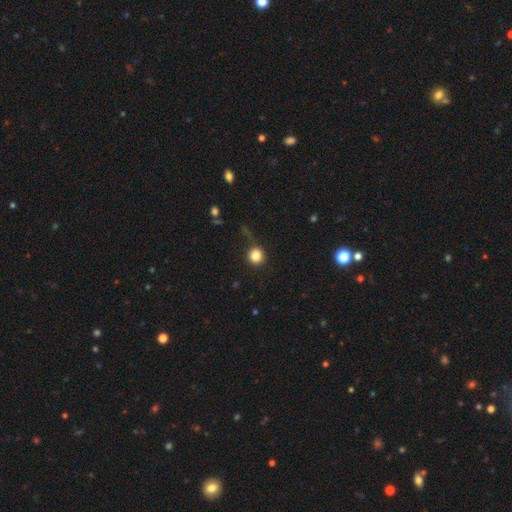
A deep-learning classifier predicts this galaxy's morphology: Q: Smooth or featured?
A: smooth (83%); runner-up: star or artifact (11%)
Q: How rounded?
A: round (93%); runner-up: in between (6%)
Q: Merging?
A: none (79%); runner-up: minor disturbance (13%)